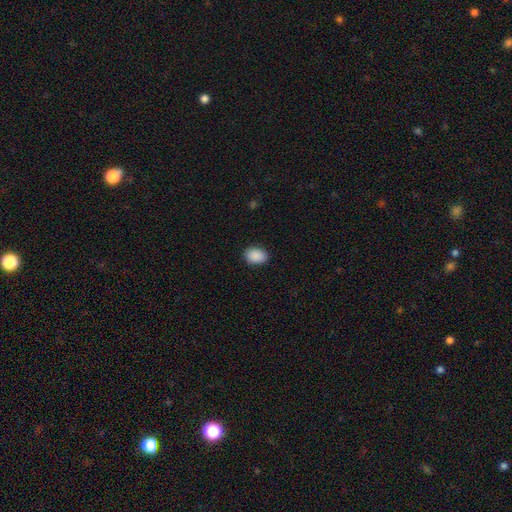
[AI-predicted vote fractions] A smooth galaxy with no disk features (90%) that is in between round and cigar-shaped (81%).

Vote fractions:
- Smooth or featured? smooth: 90% / star or artifact: 7% / featured or disk: 3%
- How rounded? in between: 81% / round: 18% / cigar-shaped: 1%
- Merging? none: 87% / minor disturbance: 10% / major disturbance: 2% / merger: 1%